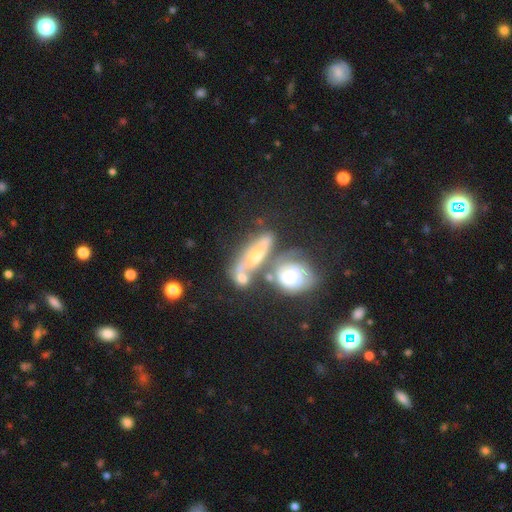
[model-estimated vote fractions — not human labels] smooth_or_featured: featured or disk (p=0.64) [alt: smooth p=0.26]
disk_edge_on: no (p=0.66) [alt: yes p=0.34]
merging: merger (p=0.47) [alt: none p=0.30]